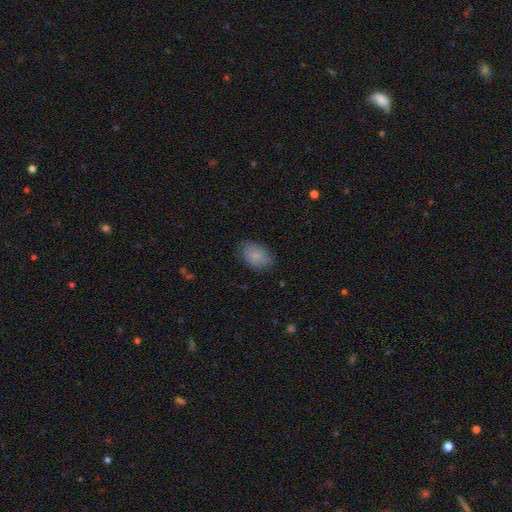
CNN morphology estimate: smooth_or_featured: smooth (p=0.82) [alt: featured or disk p=0.11]
how_rounded: in between (p=0.84) [alt: round p=0.14]
merging: none (p=0.75) [alt: minor disturbance p=0.19]